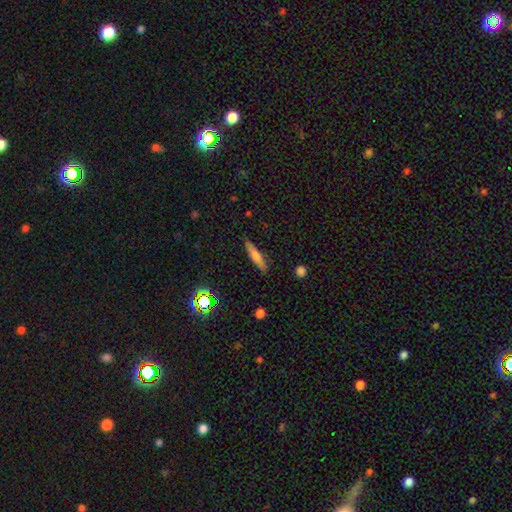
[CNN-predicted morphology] This appears to be a smooth galaxy with no disk features (55%) that is cigar-shaped (84%). Merging: none (87%).